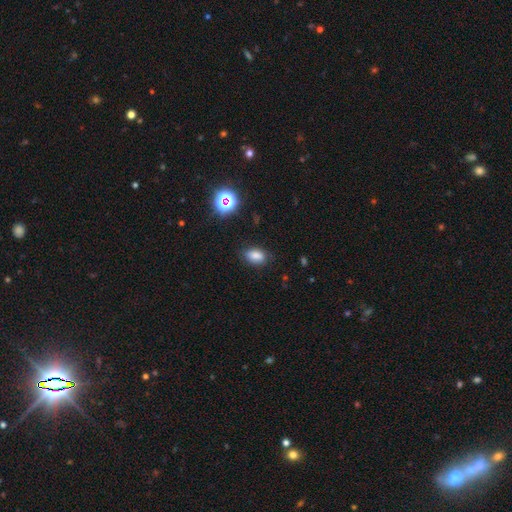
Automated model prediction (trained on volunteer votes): smooth_or_featured: smooth (p=0.80) [alt: star or artifact p=0.13]
how_rounded: in between (p=0.86) [alt: round p=0.11]
merging: none (p=0.81) [alt: minor disturbance p=0.14]